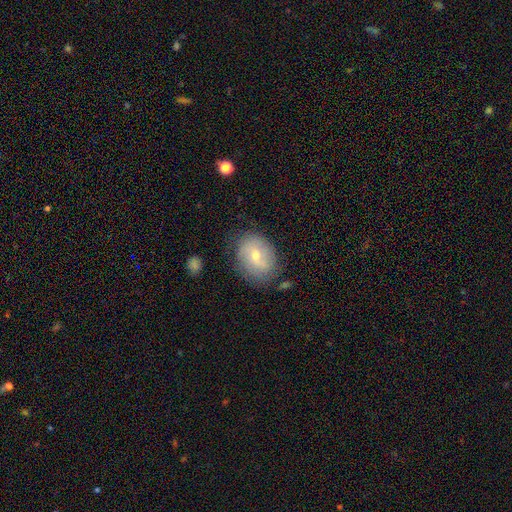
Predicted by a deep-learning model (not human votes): Smooth or featured? Predicted: featured or disk (p=0.49). Merging? Predicted: none (p=0.75).